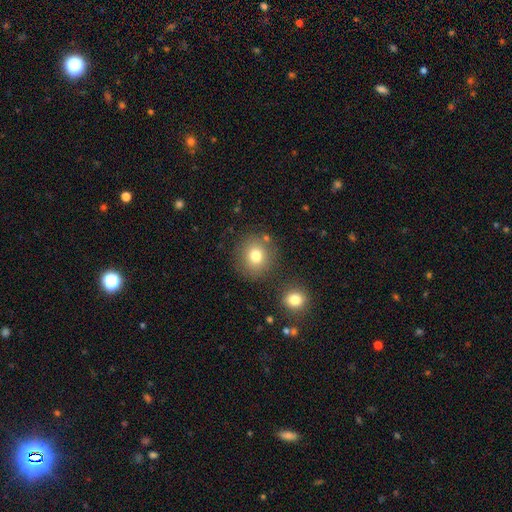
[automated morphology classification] The model was most divided on "smooth or featured": smooth: 78%, star or artifact: 12%, featured or disk: 10%. More confident: how rounded — round (88%); merging — none (79%).